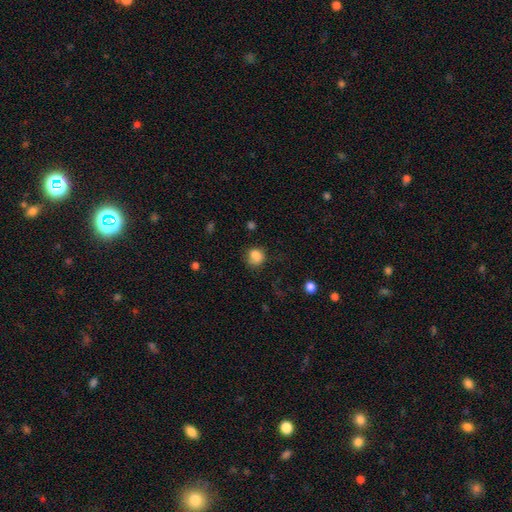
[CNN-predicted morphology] Smooth or featured?
  - smooth: 82% *
  - star or artifact: 11%
  - featured or disk: 7%
How rounded?
  - round: 72% *
  - in between: 27%
  - cigar-shaped: 1%
Merging?
  - none: 57% *
  - minor disturbance: 26%
  - major disturbance: 11%
  - merger: 6%